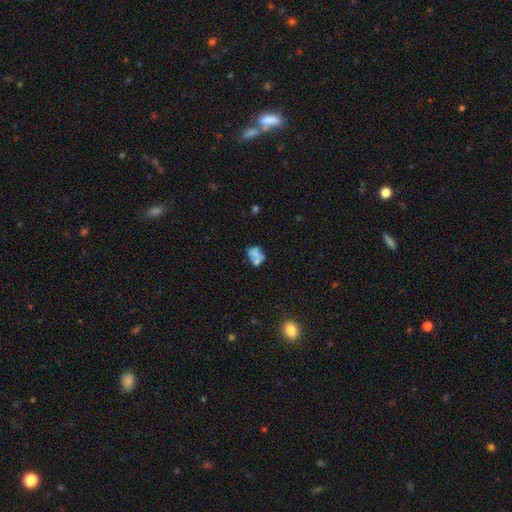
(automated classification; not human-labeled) Morphology: type=smooth (60%); roundness=in between (70%); merging=none (35%).